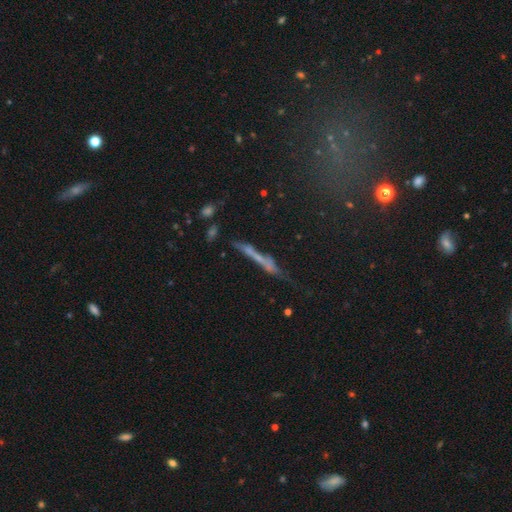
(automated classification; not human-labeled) Smooth or featured?
  - featured or disk: 43% *
  - smooth: 37%
  - star or artifact: 19%
Merging?
  - none: 48% *
  - minor disturbance: 20%
  - merger: 16%
  - major disturbance: 16%